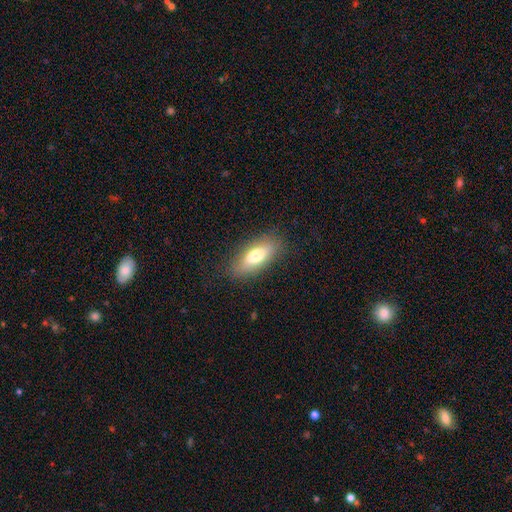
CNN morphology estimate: Smooth or featured: smooth — 72% (featured or disk — 20%)
How rounded: in between — 72% (cigar-shaped — 25%)
Merging: none — 85% (minor disturbance — 11%)